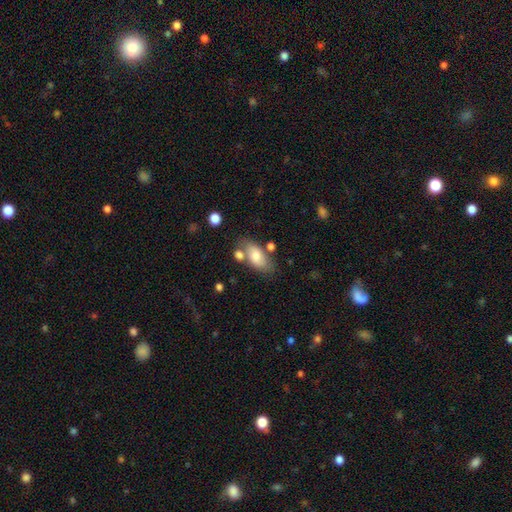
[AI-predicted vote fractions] Q: Smooth or featured?
A: smooth (72%); runner-up: featured or disk (20%)
Q: How rounded?
A: in between (89%); runner-up: cigar-shaped (7%)
Q: Merging?
A: none (60%); runner-up: minor disturbance (18%)